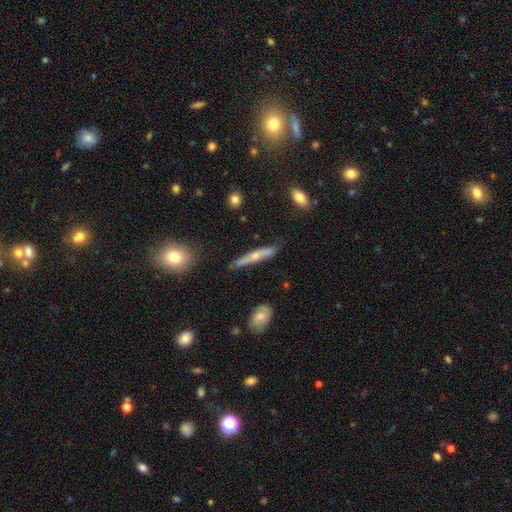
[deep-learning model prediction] The model was most divided on "smooth or featured": featured or disk: 56%, smooth: 37%, star or artifact: 8%. More confident: edge-on disk — yes (89%); merging — none (78%).